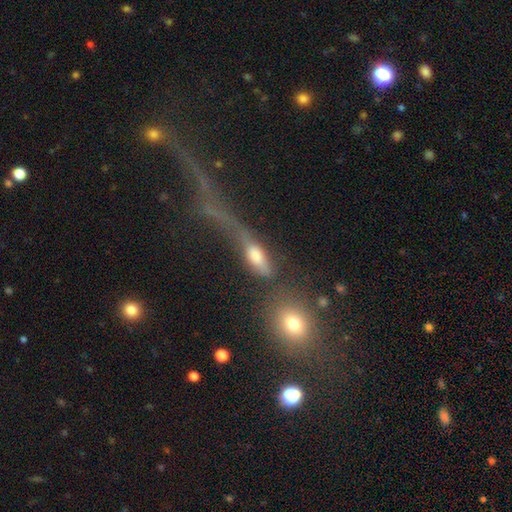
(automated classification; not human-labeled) smooth-or-featured: featured or disk: 41% | smooth: 37% | star or artifact: 22%
  merging: major disturbance: 34% | merger: 26% | none: 26% | minor disturbance: 14%